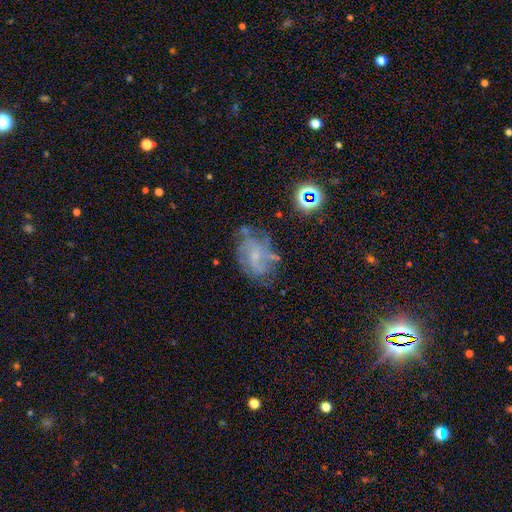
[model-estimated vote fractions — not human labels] This is likely a featured or disk galaxy (66%). It is clearly not viewed edge-on (97%). Bar: likely no (67%). Spiral arm pattern: likely yes (72%). Central bulge: likely small (66%). Merging: possibly none (52%).